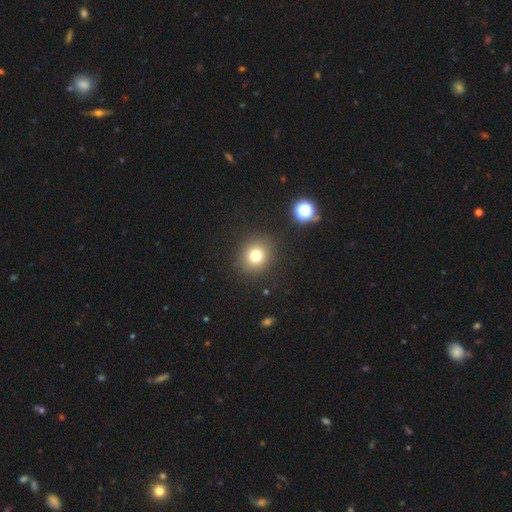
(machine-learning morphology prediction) Smooth or featured? Predicted: smooth (p=0.76). How rounded? Predicted: round (p=0.83). Merging? Predicted: none (p=0.89).